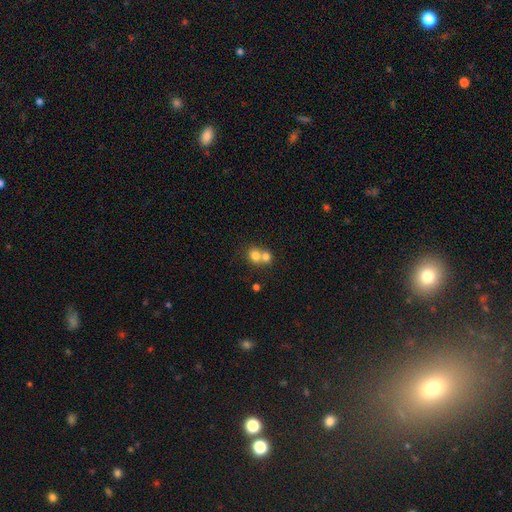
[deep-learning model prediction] Smooth or featured? Predicted: smooth (p=0.75). How rounded? Predicted: round (p=0.79). Merging? Predicted: merger (p=0.61).